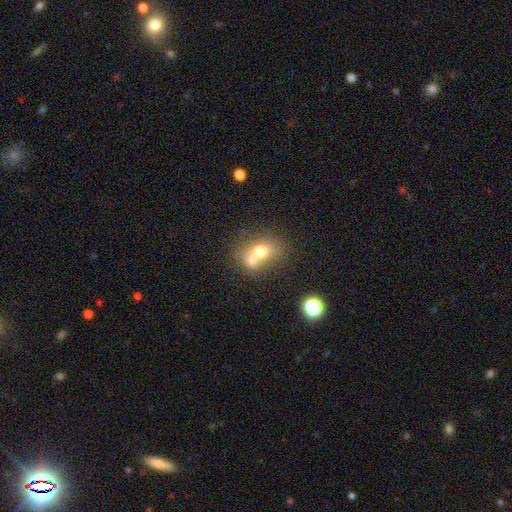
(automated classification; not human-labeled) This is likely a smooth galaxy (65%). How rounded: possibly round (50%). Merging: likely merger (61%).